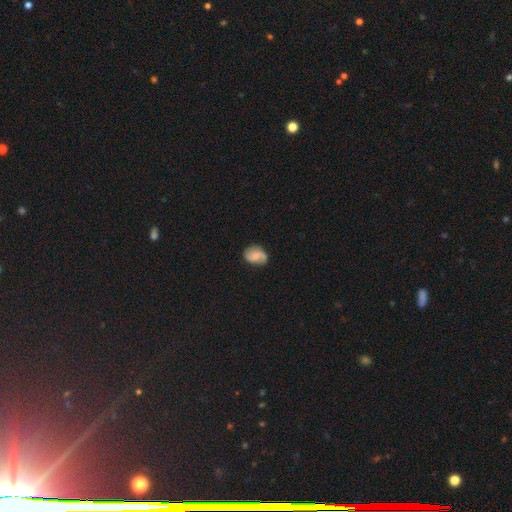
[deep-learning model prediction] A smooth galaxy with no disk features (47%). Merging: none (65%).